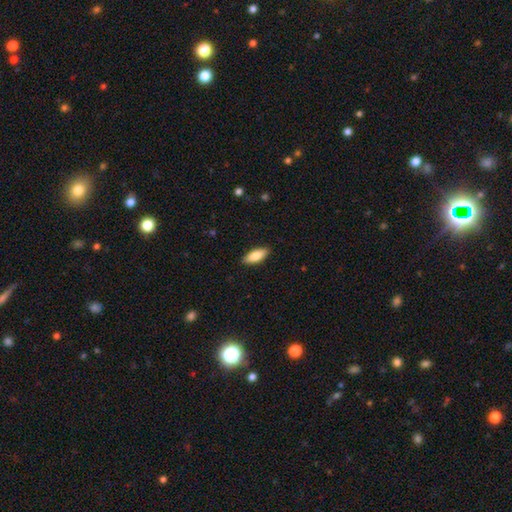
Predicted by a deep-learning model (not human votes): Overall: smooth (84%). How rounded: in between (80%). Merging: none (89%).